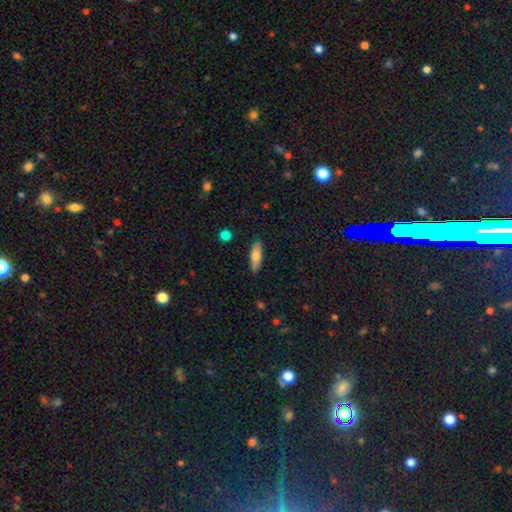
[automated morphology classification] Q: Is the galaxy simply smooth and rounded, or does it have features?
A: smooth — 74%.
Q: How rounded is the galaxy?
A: in between — 62%.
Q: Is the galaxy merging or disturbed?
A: none — 86%.